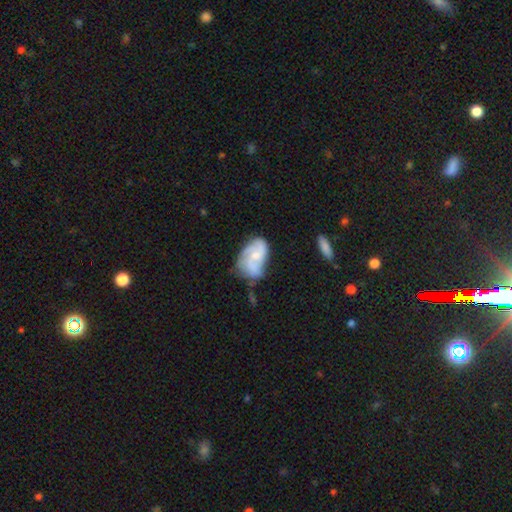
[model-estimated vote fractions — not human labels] Smooth or featured? featured or disk (64%)
Edge-on disk? no (97%)
Bar? no (69%)
Spiral arms? yes (85%)
Spiral winding? medium (46%)
Spiral arm count? 2 (38%)
Bulge size? small (53%)
Merging? none (41%)